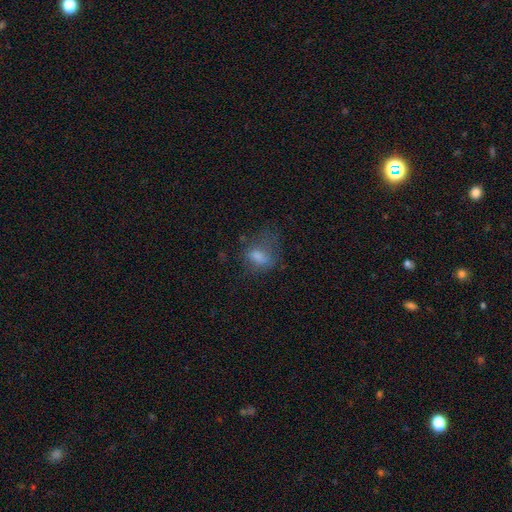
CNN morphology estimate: Smooth or featured? smooth (59%)
How rounded? in between (68%)
Merging? none (46%)